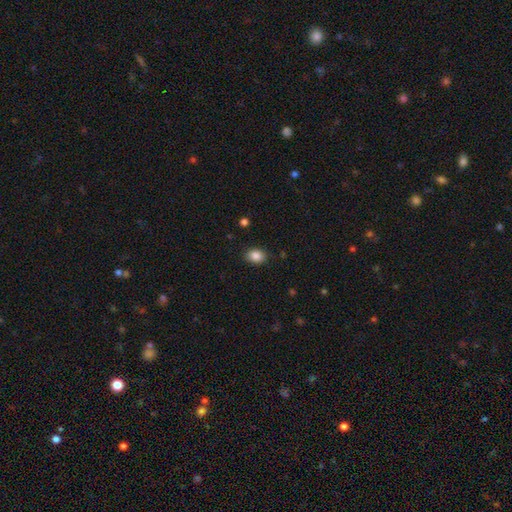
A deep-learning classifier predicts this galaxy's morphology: Q: Smooth or featured?
A: smooth (87%); runner-up: star or artifact (9%)
Q: How rounded?
A: in between (65%); runner-up: round (34%)
Q: Merging?
A: none (86%); runner-up: minor disturbance (10%)